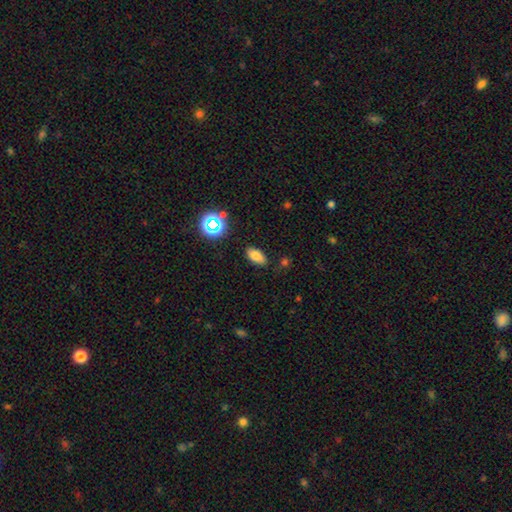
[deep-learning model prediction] A smooth galaxy with no disk features (75%) that is in between round and cigar-shaped (90%). Merging: none (83%).